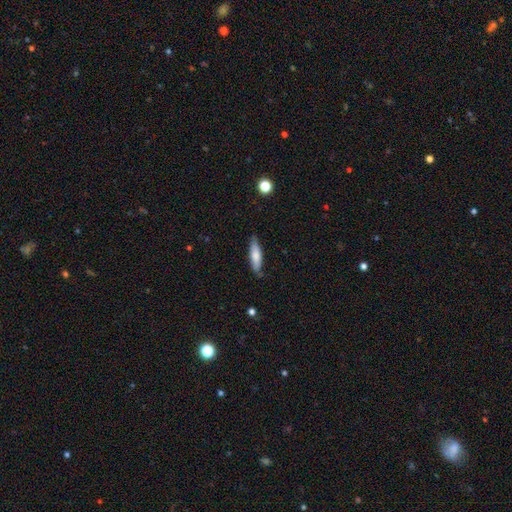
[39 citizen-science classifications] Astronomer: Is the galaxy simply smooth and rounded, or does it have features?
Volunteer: smooth — 67%.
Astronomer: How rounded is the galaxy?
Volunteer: cigar-shaped — 85%.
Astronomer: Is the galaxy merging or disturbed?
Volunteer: none — 77%.